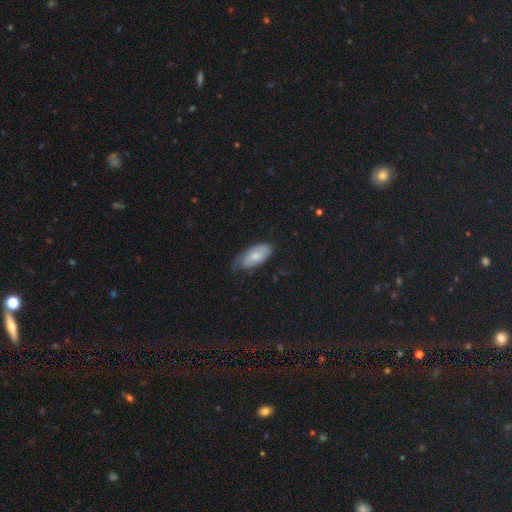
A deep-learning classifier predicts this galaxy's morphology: Smooth or featured? Predicted: smooth (p=0.67). How rounded? Predicted: in between (p=0.89). Merging? Predicted: none (p=0.56).